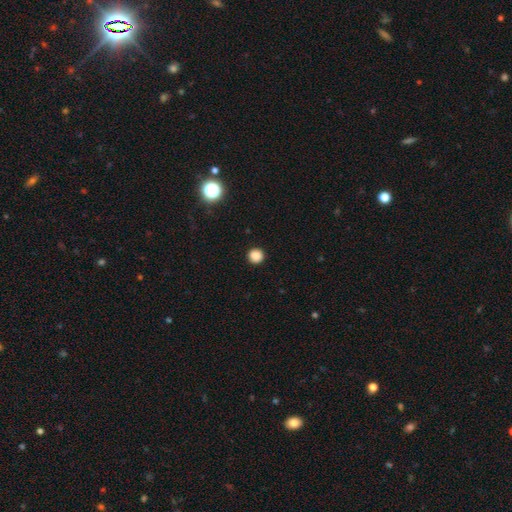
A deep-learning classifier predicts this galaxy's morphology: Smooth or featured: smooth — 86% (star or artifact — 11%)
How rounded: round — 94% (in between — 5%)
Merging: none — 92% (minor disturbance — 5%)